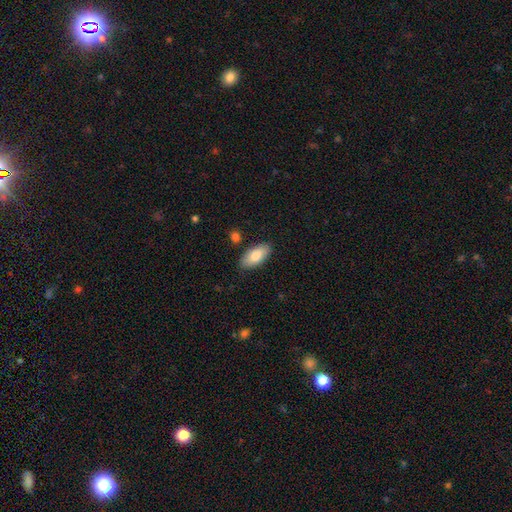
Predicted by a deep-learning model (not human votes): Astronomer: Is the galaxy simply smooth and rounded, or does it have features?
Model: smooth — 79%.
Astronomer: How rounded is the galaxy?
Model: in between — 91%.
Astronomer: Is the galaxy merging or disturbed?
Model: none — 85%.